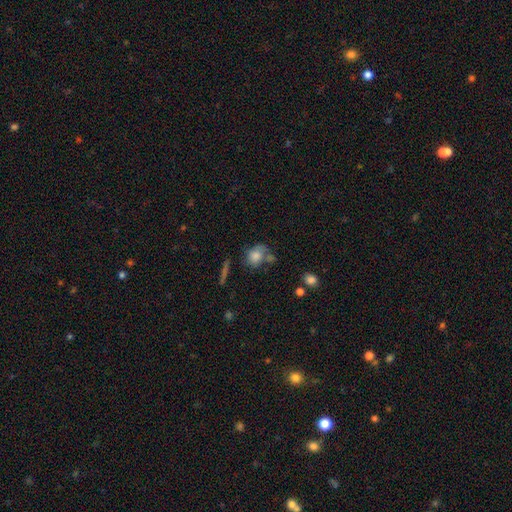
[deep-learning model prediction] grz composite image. It shows a smooth galaxy with no disk features (71%) that is in between round and cigar-shaped (55%). Merging: none (43%).